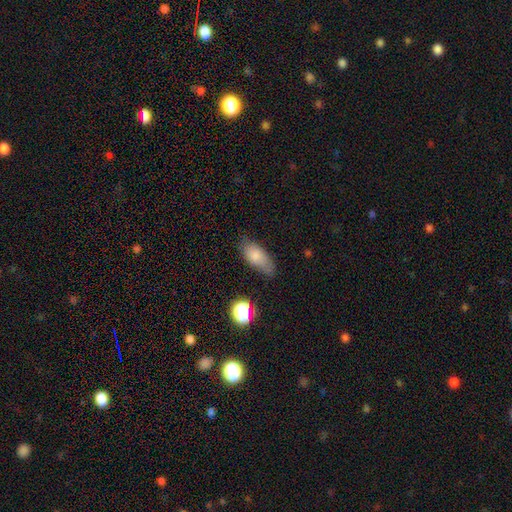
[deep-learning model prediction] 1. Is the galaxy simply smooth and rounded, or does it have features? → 79% smooth, 12% featured or disk, 9% star or artifact.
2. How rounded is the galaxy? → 85% in between, 11% cigar-shaped, 4% round.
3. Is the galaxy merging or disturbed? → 60% none, 29% minor disturbance, 8% major disturbance, 3% merger.